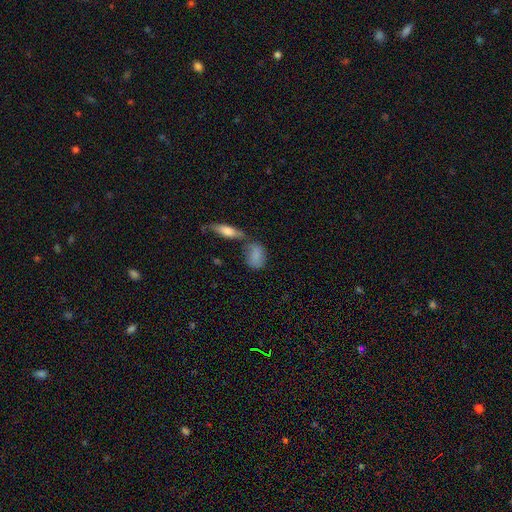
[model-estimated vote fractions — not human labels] Smooth or featured? Predicted: smooth (p=0.79). How rounded? Predicted: in between (p=0.76). Merging? Predicted: none (p=0.46).